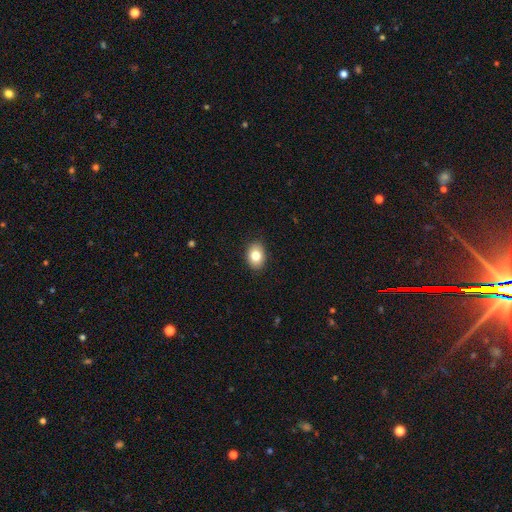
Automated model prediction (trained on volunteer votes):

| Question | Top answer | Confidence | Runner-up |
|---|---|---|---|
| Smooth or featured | smooth | 81% | featured or disk (11%) |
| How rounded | in between | 71% | round (28%) |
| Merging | none | 90% | minor disturbance (8%) |